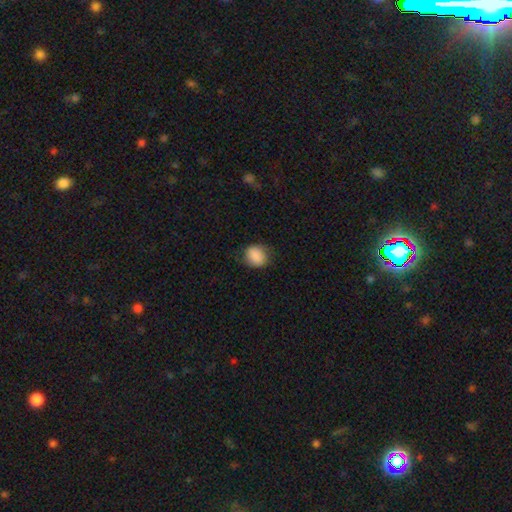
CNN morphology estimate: smooth 88%, star or artifact 8%, featured or disk 4%. Down the decision tree: how rounded — round (65%); merging — none (79%).